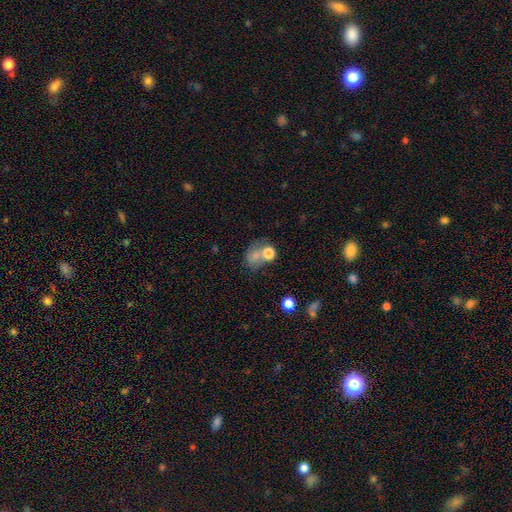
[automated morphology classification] Overall: smooth (65%). How rounded: in between (51%; round 47%). Merging: none (36%; merger 30%).